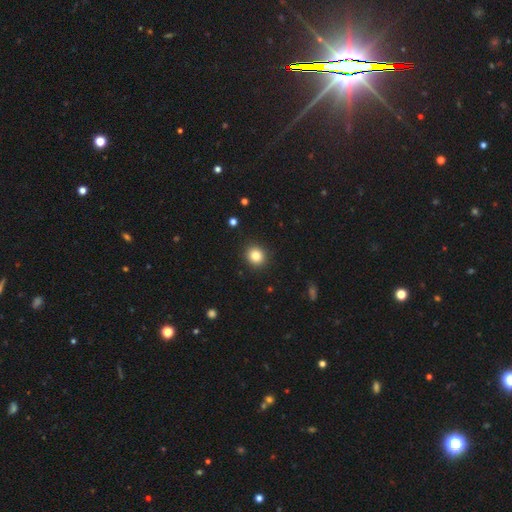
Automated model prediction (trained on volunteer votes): Q: Smooth or featured?
A: smooth (84%); runner-up: star or artifact (11%)
Q: How rounded?
A: round (84%); runner-up: in between (15%)
Q: Merging?
A: none (92%); runner-up: minor disturbance (6%)